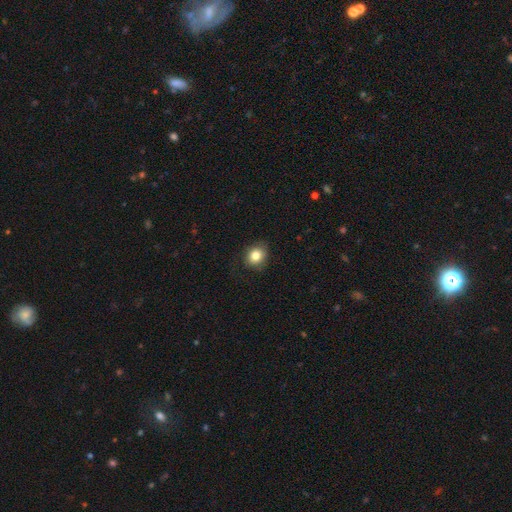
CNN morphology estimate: Q: Smooth or featured?
A: smooth (83%); runner-up: star or artifact (10%)
Q: How rounded?
A: round (66%); runner-up: in between (33%)
Q: Merging?
A: none (82%); runner-up: minor disturbance (14%)